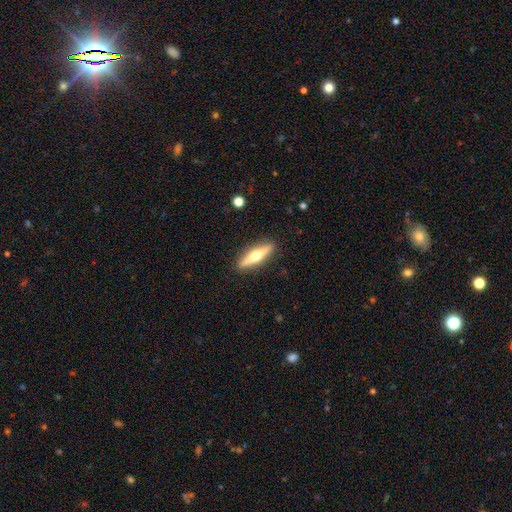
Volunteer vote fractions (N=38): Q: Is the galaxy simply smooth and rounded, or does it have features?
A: featured or disk — 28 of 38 (74%).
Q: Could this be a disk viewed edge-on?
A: yes — 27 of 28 (96%).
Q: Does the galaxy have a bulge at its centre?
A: rounded — 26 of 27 (96%).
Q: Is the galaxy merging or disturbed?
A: none — 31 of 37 (84%).